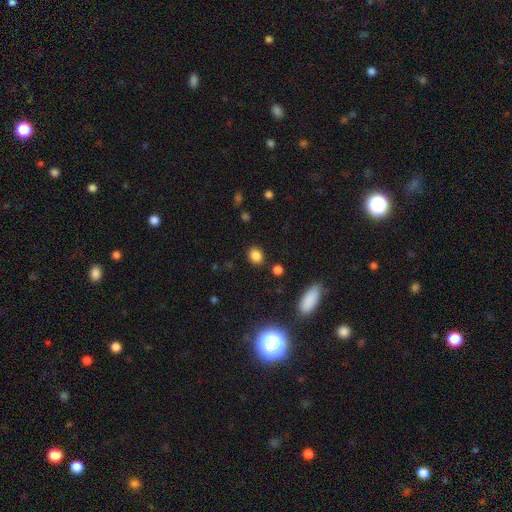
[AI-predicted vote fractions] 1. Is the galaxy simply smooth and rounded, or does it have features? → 83% smooth, 12% star or artifact, 4% featured or disk.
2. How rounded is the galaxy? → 56% round, 42% in between, 2% cigar-shaped.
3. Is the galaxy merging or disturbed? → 86% none, 9% minor disturbance, 3% merger, 3% major disturbance.